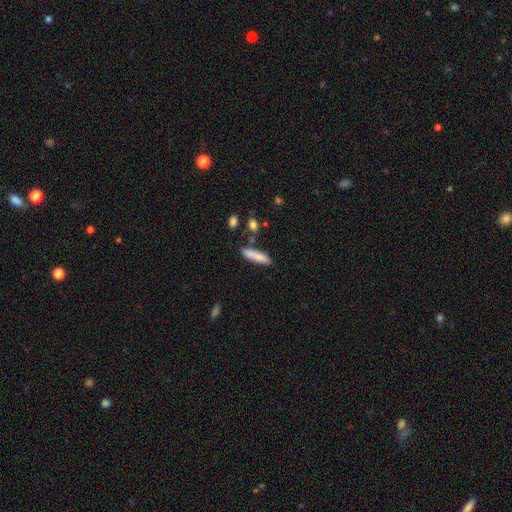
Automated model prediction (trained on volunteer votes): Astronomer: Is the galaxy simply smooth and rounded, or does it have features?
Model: smooth — 84%.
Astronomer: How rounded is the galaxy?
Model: cigar-shaped — 74%.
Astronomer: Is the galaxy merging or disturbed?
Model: none — 78%.